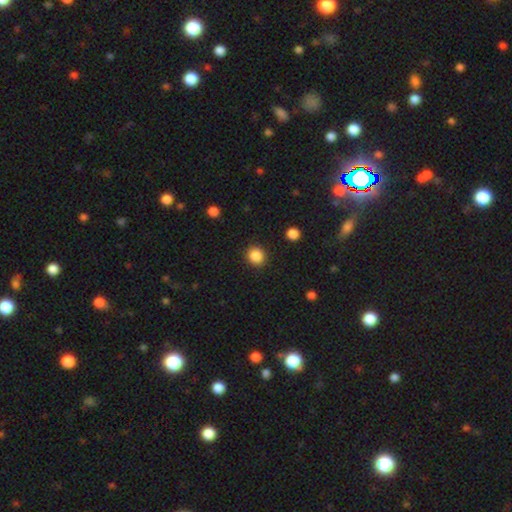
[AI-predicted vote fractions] Overall: smooth (87%). How rounded: round (85%). Merging: none (90%).